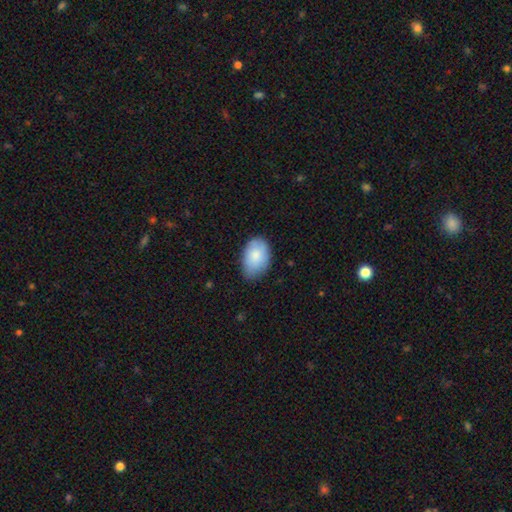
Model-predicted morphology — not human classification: Smooth or featured? Predicted: smooth (p=0.83). How rounded? Predicted: in between (p=0.89). Merging? Predicted: none (p=0.71).